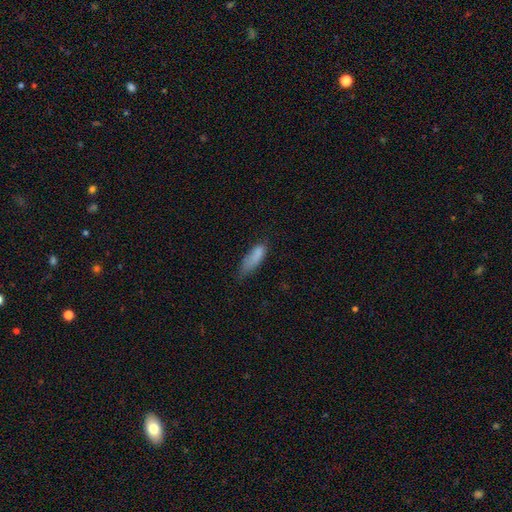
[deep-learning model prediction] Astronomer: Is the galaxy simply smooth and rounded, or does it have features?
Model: smooth — 80%.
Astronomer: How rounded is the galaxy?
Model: in between — 61% (runner-up: cigar-shaped, 36%).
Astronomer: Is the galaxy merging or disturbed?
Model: none — 39% (runner-up: minor disturbance, 38%).